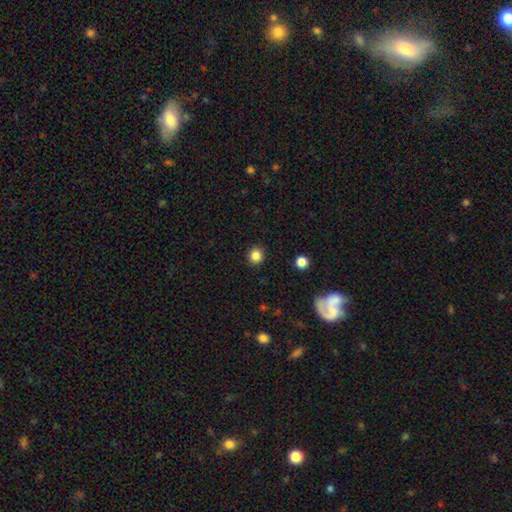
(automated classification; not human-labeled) A smooth galaxy with no disk features (85%) that is round (88%).

Vote fractions:
- Smooth or featured? smooth: 85% / star or artifact: 11% / featured or disk: 4%
- How rounded? round: 88% / in between: 11% / cigar-shaped: 1%
- Merging? none: 91% / minor disturbance: 6% / major disturbance: 2% / merger: 1%